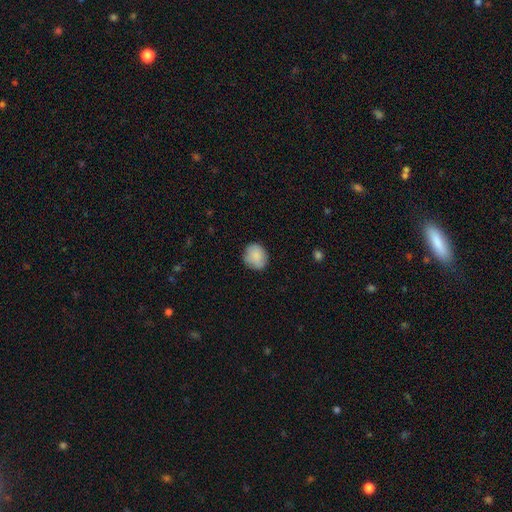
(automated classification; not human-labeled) Smooth or featured: smooth — 86% (star or artifact — 7%)
How rounded: round — 73% (in between — 26%)
Merging: none — 82% (minor disturbance — 14%)